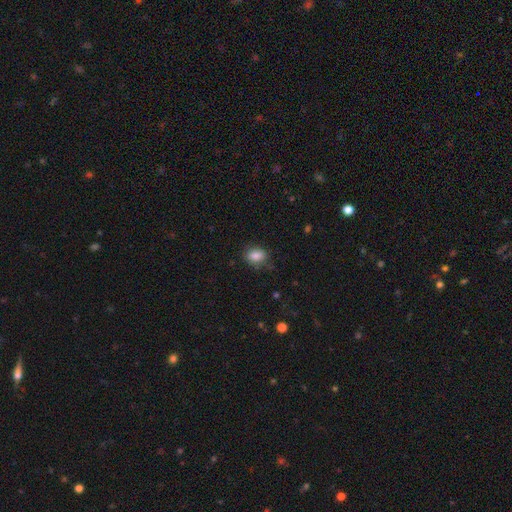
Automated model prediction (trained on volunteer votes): The model was most divided on "how rounded": in between: 71%, round: 28%, cigar-shaped: 1%. More confident: smooth or featured — smooth (86%); merging — none (77%).